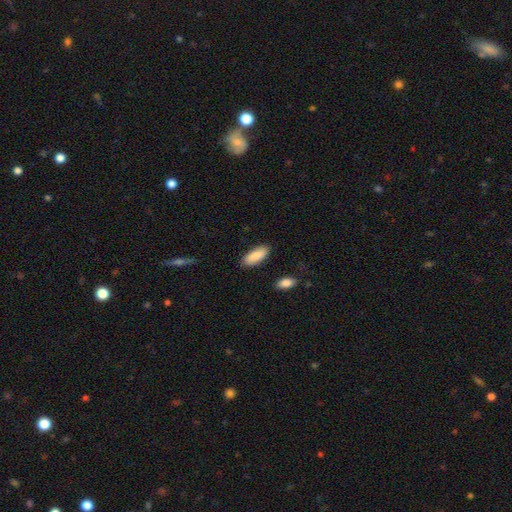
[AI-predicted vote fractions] This appears to be a smooth galaxy with no disk features (86%) that is in between round and cigar-shaped (78%). Merging: none (86%).